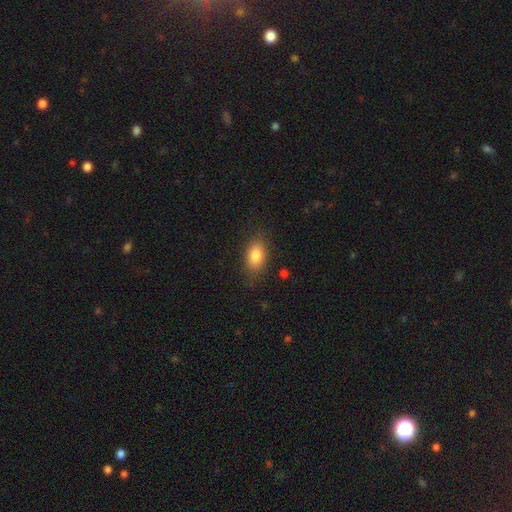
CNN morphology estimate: A smooth galaxy with no disk features (83%) that is in between round and cigar-shaped (87%). Merging: none (80%).